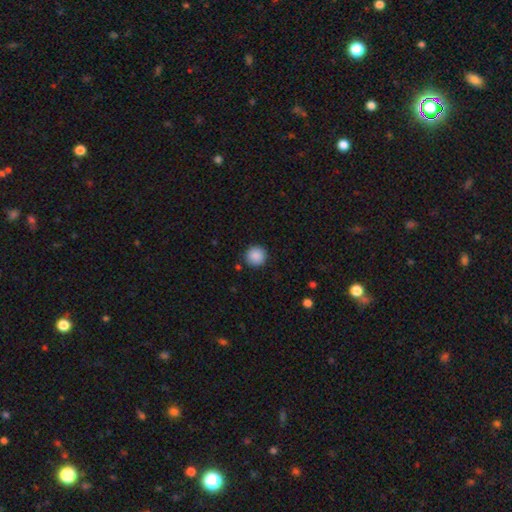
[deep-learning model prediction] The model was most divided on "smooth or featured": smooth: 89%, star or artifact: 8%, featured or disk: 3%. More confident: how rounded — round (95%); merging — none (90%).